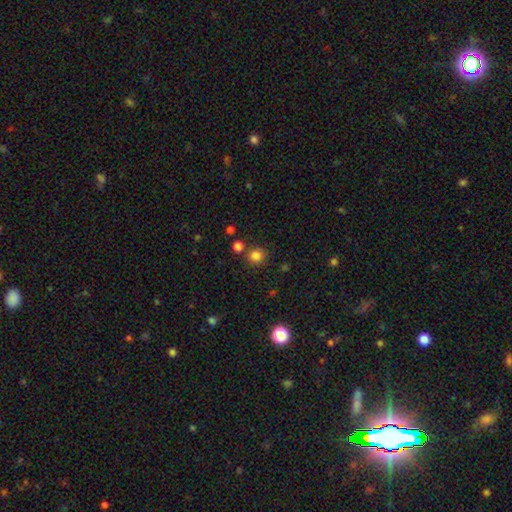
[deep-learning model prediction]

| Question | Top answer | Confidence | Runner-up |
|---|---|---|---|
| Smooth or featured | smooth | 82% | star or artifact (13%) |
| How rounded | round | 88% | in between (11%) |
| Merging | none | 79% | minor disturbance (9%) |